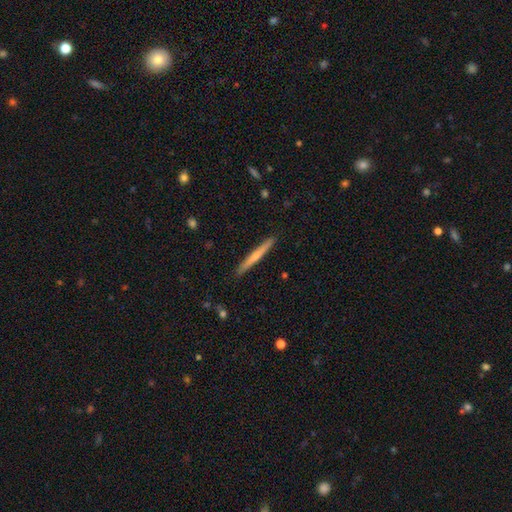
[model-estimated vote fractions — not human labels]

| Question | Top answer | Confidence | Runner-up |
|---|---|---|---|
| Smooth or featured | smooth | 53% | featured or disk (41%) |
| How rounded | cigar-shaped | 97% | in between (2%) |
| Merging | none | 91% | minor disturbance (6%) |